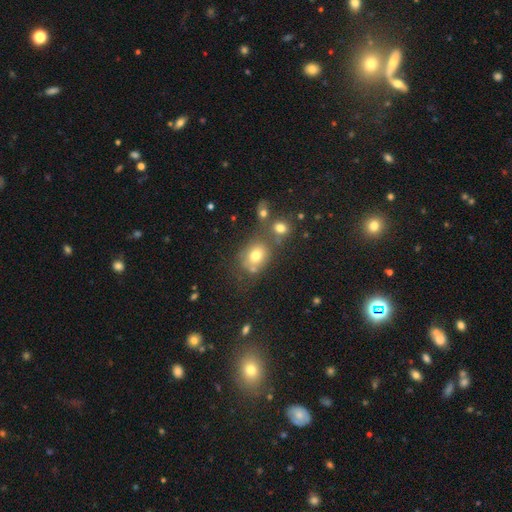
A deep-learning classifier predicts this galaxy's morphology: This appears to be a smooth galaxy with no disk features (72%) that is round (55%). Merging: none (54%).